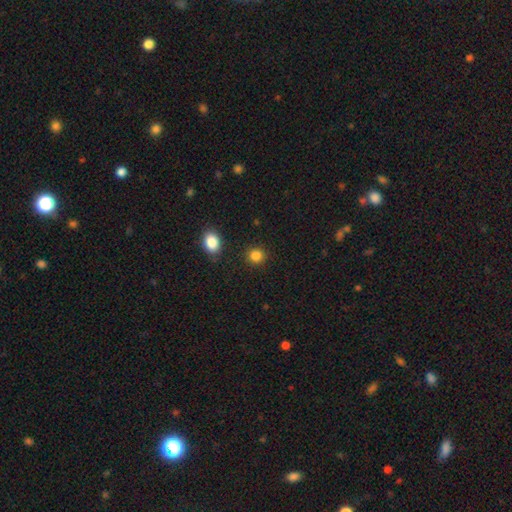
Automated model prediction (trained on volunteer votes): Q: Smooth or featured?
A: smooth (85%); runner-up: star or artifact (11%)
Q: How rounded?
A: round (86%); runner-up: in between (13%)
Q: Merging?
A: none (89%); runner-up: minor disturbance (6%)